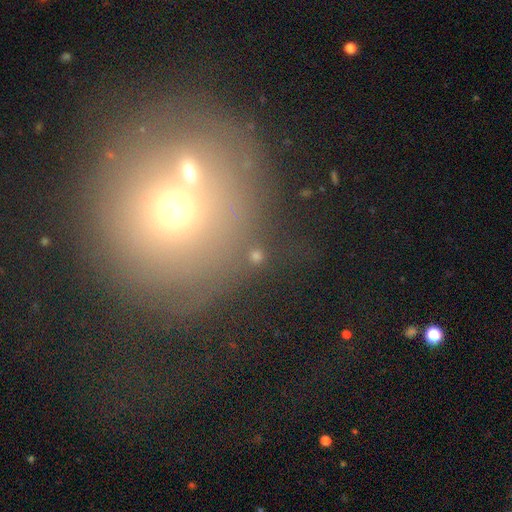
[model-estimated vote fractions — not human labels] A smooth galaxy with no disk features (66%) that is round (91%).

Vote fractions:
- Smooth or featured? smooth: 66% / star or artifact: 28% / featured or disk: 6%
- How rounded? round: 91% / in between: 7% / cigar-shaped: 2%
- Merging? none: 84% / minor disturbance: 7% / merger: 5% / major disturbance: 4%